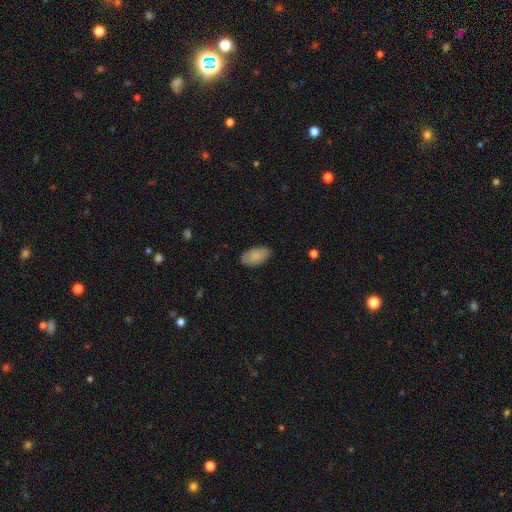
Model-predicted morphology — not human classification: A smooth galaxy with no disk features (86%) that is in between round and cigar-shaped (95%).

Vote fractions:
- Smooth or featured? smooth: 86% / featured or disk: 8% / star or artifact: 6%
- How rounded? in between: 95% / round: 3% / cigar-shaped: 2%
- Merging? none: 85% / minor disturbance: 12% / major disturbance: 2% / merger: 1%